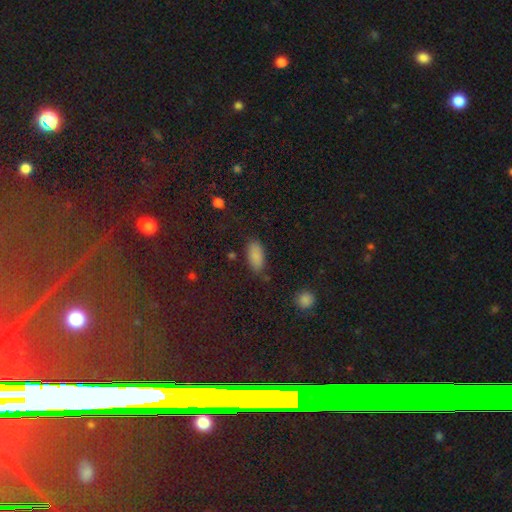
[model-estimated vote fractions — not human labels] A smooth galaxy with no disk features (85%) that is in between round and cigar-shaped (91%). Merging: none (75%).